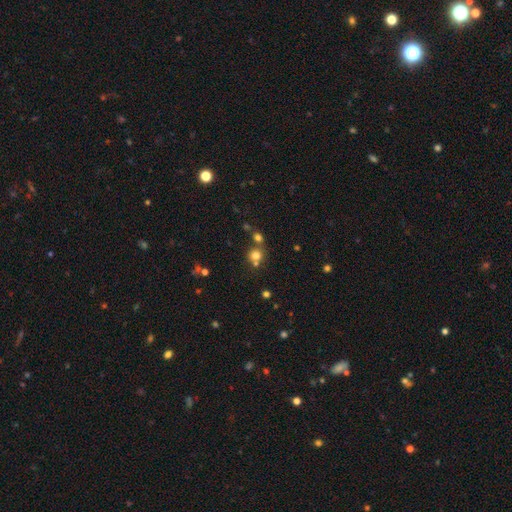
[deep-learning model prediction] A smooth galaxy with no disk features (73%) that is round (88%).

Vote fractions:
- Smooth or featured? smooth: 73% / star or artifact: 19% / featured or disk: 9%
- How rounded? round: 88% / in between: 11% / cigar-shaped: 1%
- Merging? none: 62% / merger: 27% / minor disturbance: 8% / major disturbance: 4%